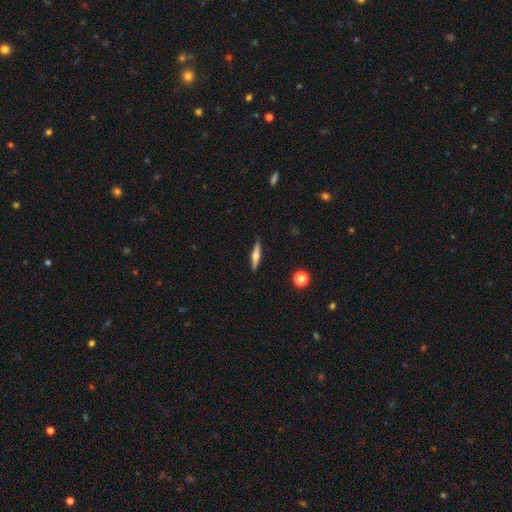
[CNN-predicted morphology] A featured or disk galaxy (57%) viewed edge-on (97%) with a rounded central bulge (87%). Merging: none (88%).